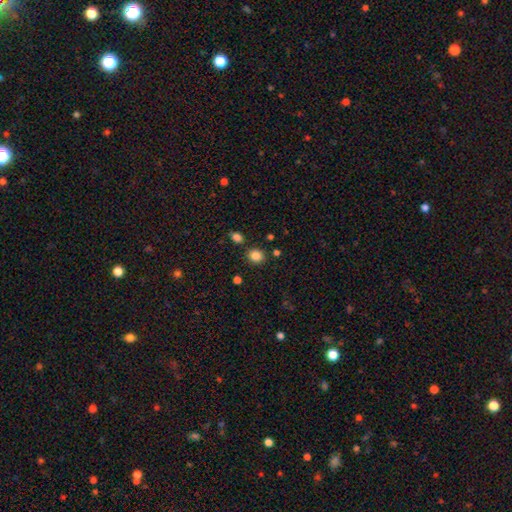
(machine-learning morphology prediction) smooth_or_featured: smooth (p=0.85) [alt: star or artifact p=0.11]
how_rounded: round (p=0.70) [alt: in between p=0.29]
merging: none (p=0.84) [alt: minor disturbance p=0.08]